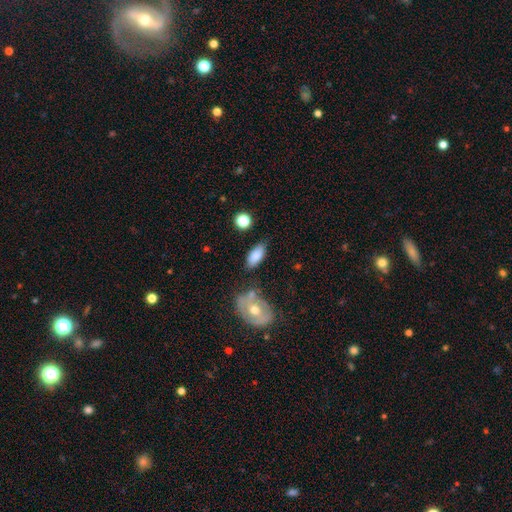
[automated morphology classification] Smooth or featured: smooth — 81% (featured or disk — 12%)
How rounded: in between — 89% (cigar-shaped — 7%)
Merging: none — 71% (minor disturbance — 17%)